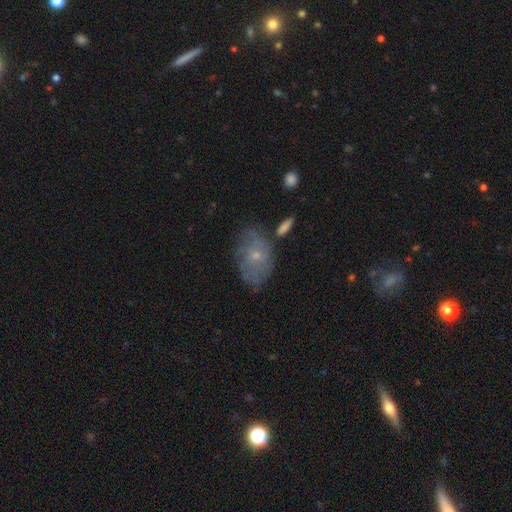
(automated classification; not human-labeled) Morphology: type=featured or disk (50%); edge-on=no (95%); merging=none (55%).